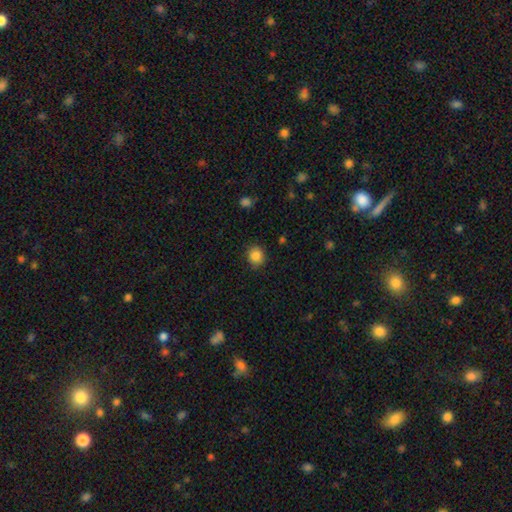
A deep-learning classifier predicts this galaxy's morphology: smooth-or-featured: smooth: 85% | star or artifact: 10% | featured or disk: 5%
  how-rounded: round: 84% | in between: 15% | cigar-shaped: 1%
  merging: none: 87% | minor disturbance: 10% | major disturbance: 2% | merger: 1%